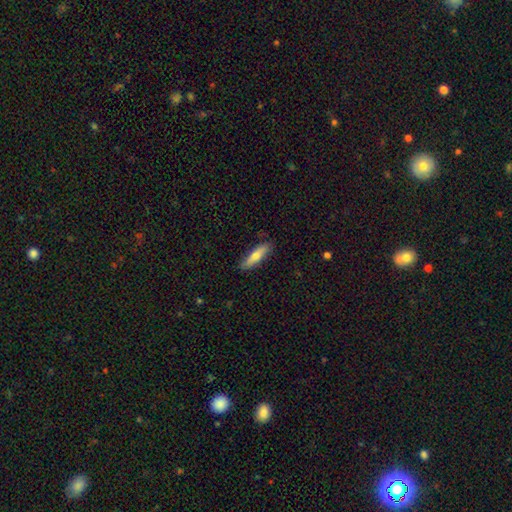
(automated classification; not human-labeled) Smooth or featured: smooth — 69% (featured or disk — 25%)
How rounded: cigar-shaped — 70% (in between — 28%)
Merging: none — 86% (minor disturbance — 11%)